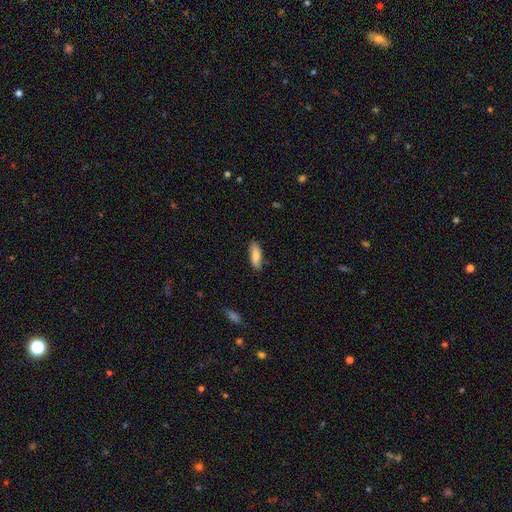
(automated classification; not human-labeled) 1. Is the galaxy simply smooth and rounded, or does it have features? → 84% smooth, 10% featured or disk, 6% star or artifact.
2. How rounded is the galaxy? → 63% in between, 35% cigar-shaped, 2% round.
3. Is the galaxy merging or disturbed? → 82% none, 14% minor disturbance, 2% major disturbance, 1% merger.